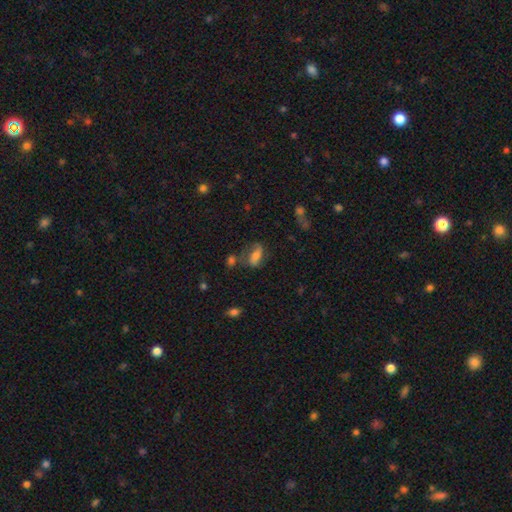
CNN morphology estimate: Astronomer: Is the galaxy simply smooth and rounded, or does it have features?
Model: smooth — 53% (runner-up: featured or disk, 36%).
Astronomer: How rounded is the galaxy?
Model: in between — 79%.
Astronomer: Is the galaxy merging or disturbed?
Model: none — 49%.